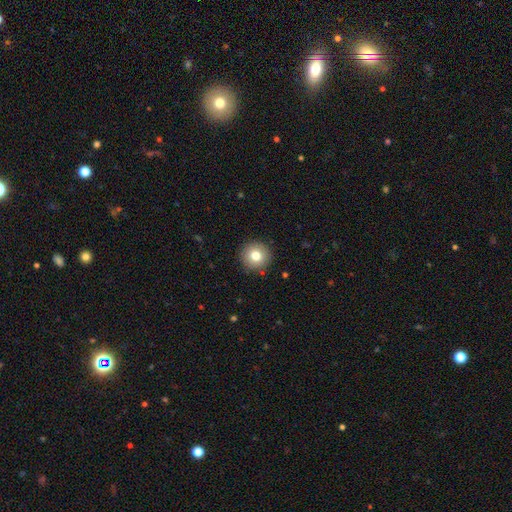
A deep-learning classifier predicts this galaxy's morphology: smooth-or-featured: smooth: 78% | featured or disk: 12% | star or artifact: 11%
  how-rounded: round: 94% | in between: 5% | cigar-shaped: 1%
  merging: none: 91% | minor disturbance: 6% | major disturbance: 2% | merger: 1%